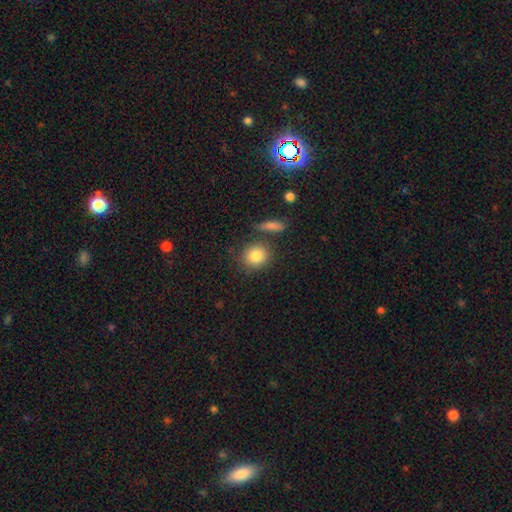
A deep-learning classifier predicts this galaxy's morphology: Q: Smooth or featured?
A: smooth (85%); runner-up: star or artifact (8%)
Q: How rounded?
A: round (79%); runner-up: in between (19%)
Q: Merging?
A: none (77%); runner-up: minor disturbance (10%)